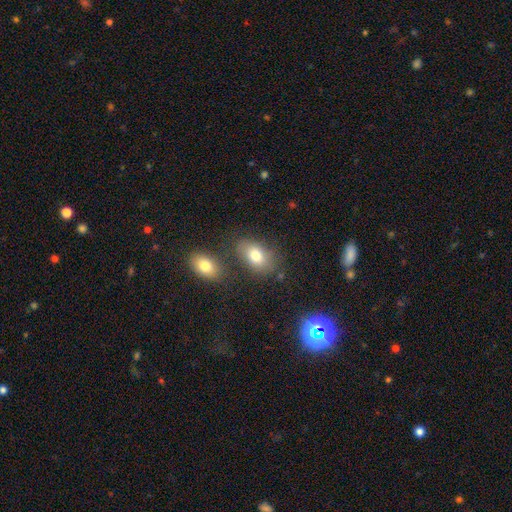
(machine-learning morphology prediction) Smooth or featured? Predicted: smooth (p=0.77). How rounded? Predicted: in between (p=0.85). Merging? Predicted: none (p=0.68).